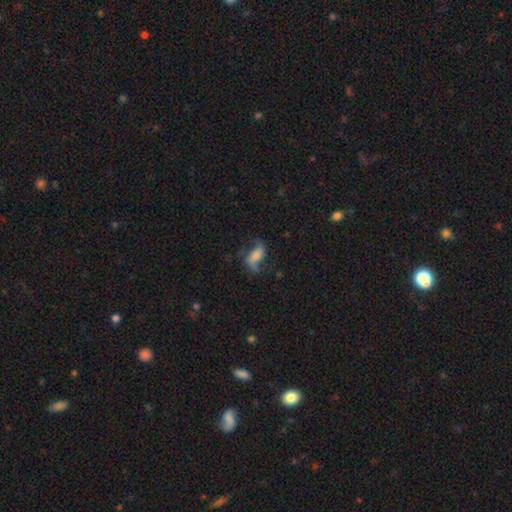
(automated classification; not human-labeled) Morphology: type=featured or disk (61%); edge-on=no (94%); bar=no (44%); spiral arms=yes (89%); winding=loose (76%); arm count=2 (88%); bulge=moderate (33%); merging=none (62%).